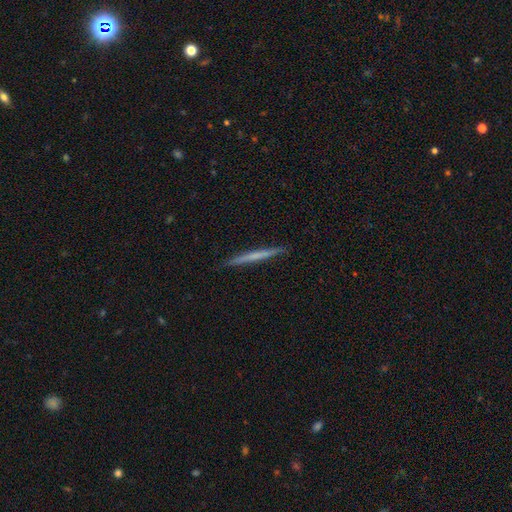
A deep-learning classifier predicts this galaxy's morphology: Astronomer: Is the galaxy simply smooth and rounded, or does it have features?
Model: smooth — 47%, tied with featured or disk at 47%.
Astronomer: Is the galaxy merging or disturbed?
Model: none — 92%.